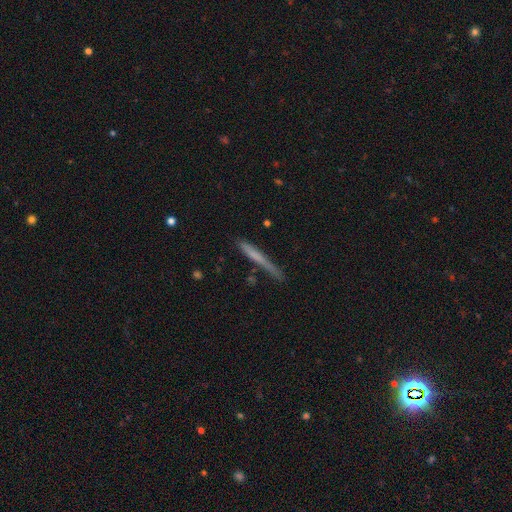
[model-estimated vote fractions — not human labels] Smooth or featured?
  - smooth: 60% *
  - featured or disk: 33%
  - star or artifact: 7%
How rounded?
  - cigar-shaped: 96% *
  - in between: 2%
  - round: 1%
Merging?
  - none: 71% *
  - minor disturbance: 19%
  - major disturbance: 5%
  - merger: 4%